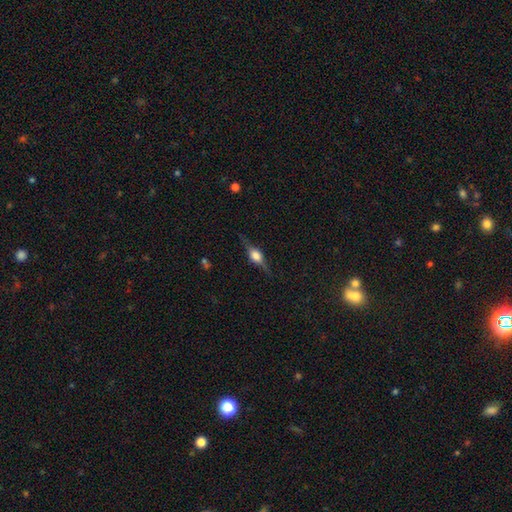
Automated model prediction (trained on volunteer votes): Smooth or featured? Predicted: featured or disk (p=0.74). Edge-on disk? Predicted: yes (p=0.97). Edge-on bulge? Predicted: rounded (p=0.89). Merging? Predicted: none (p=0.84).